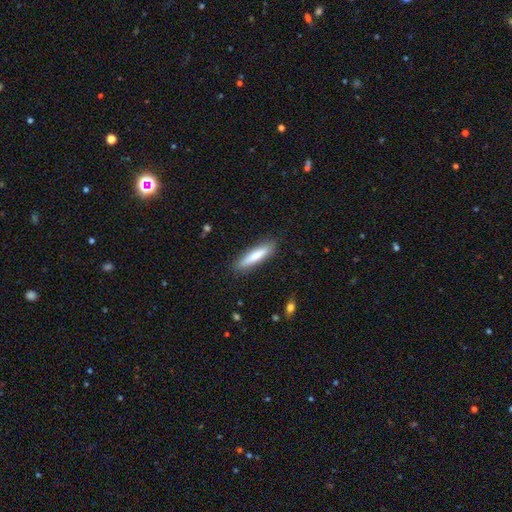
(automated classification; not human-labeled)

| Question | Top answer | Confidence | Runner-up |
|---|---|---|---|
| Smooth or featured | smooth | 74% | featured or disk (21%) |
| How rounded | cigar-shaped | 80% | in between (18%) |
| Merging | none | 88% | minor disturbance (9%) |